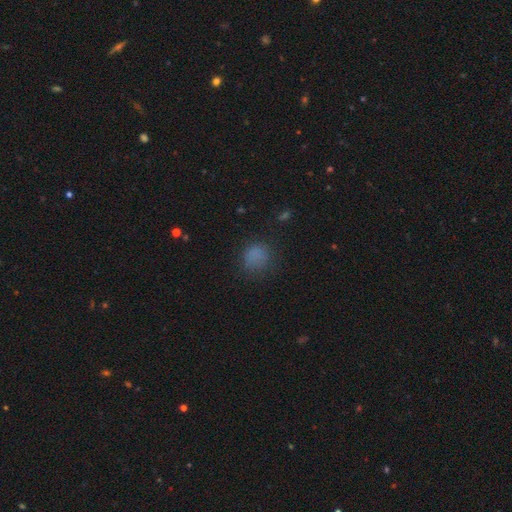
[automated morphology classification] smooth-or-featured: smooth: 77% | star or artifact: 16% | featured or disk: 7%
  how-rounded: round: 78% | in between: 21% | cigar-shaped: 1%
  merging: none: 72% | minor disturbance: 18% | major disturbance: 9% | merger: 1%